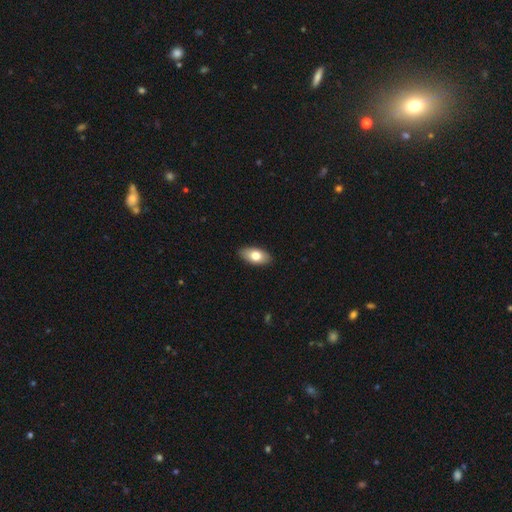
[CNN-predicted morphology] This is likely a smooth galaxy (76%). How rounded: clearly in between (92%). Merging: clearly none (89%).